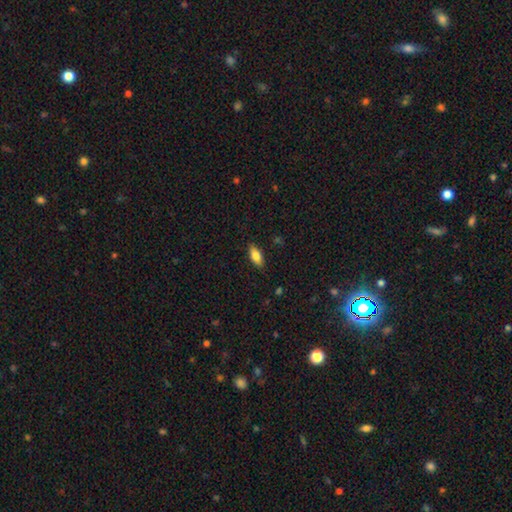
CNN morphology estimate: smooth_or_featured: smooth (p=0.78) [alt: featured or disk p=0.15]
how_rounded: in between (p=0.84) [alt: cigar-shaped p=0.13]
merging: none (p=0.87) [alt: minor disturbance p=0.10]